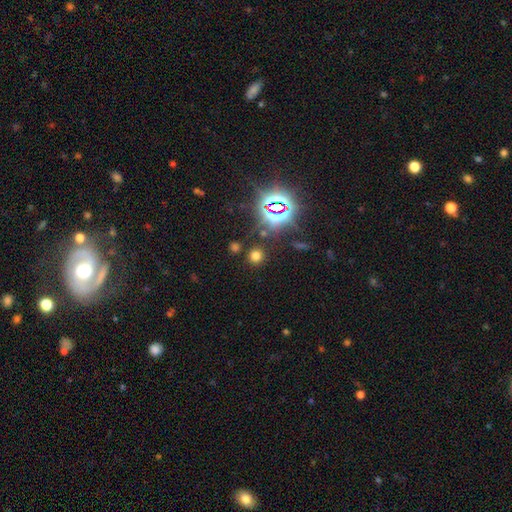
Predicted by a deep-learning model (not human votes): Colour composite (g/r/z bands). It shows a smooth galaxy with no disk features (64%) that is round (89%). Merging: none (85%).